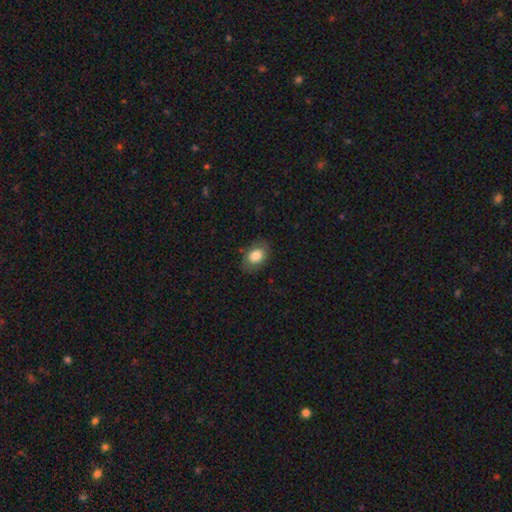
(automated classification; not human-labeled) Q: Smooth or featured?
A: smooth (81%); runner-up: featured or disk (11%)
Q: How rounded?
A: in between (79%); runner-up: round (20%)
Q: Merging?
A: none (80%); runner-up: minor disturbance (15%)